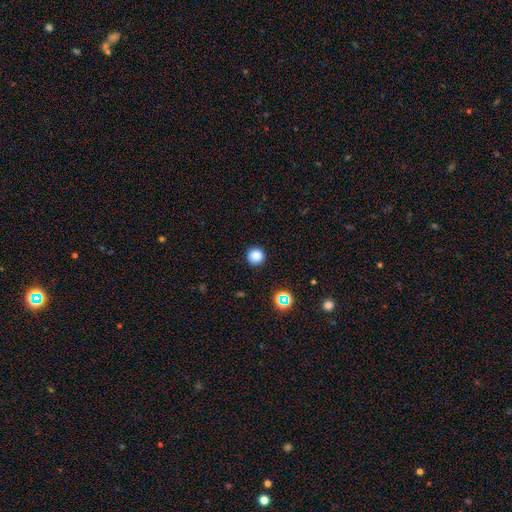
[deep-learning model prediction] The model was most divided on "smooth or featured": smooth: 83%, star or artifact: 13%, featured or disk: 3%. More confident: how rounded — round (95%); merging — none (92%).